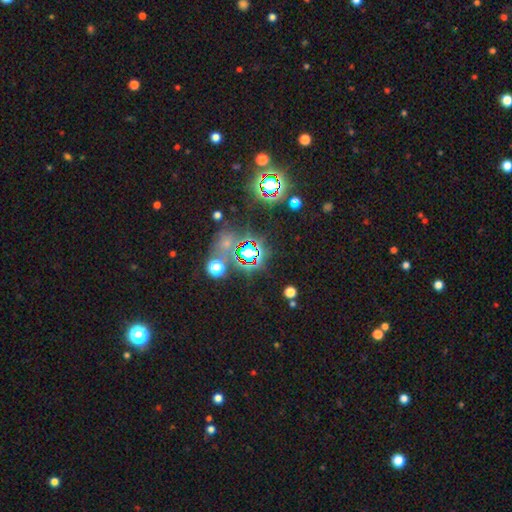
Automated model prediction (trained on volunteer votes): Smooth or featured?
  - star or artifact: 78% *
  - smooth: 14%
  - featured or disk: 8%